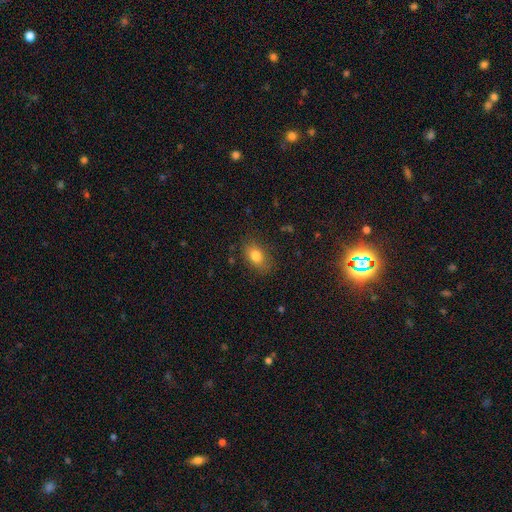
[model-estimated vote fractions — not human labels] This appears to be a smooth galaxy with no disk features (80%) that is in between round and cigar-shaped (79%). Merging: none (79%).